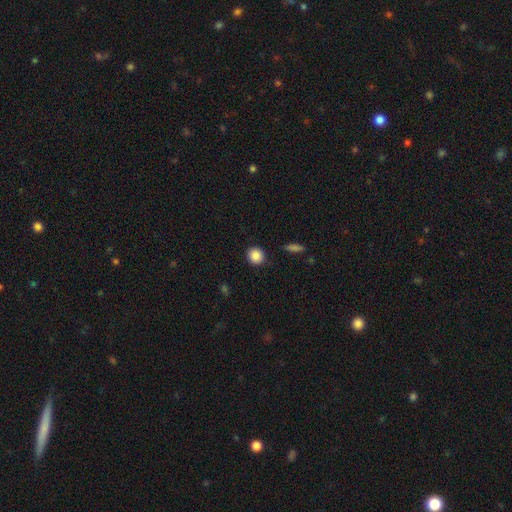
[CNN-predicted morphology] This appears to be a smooth galaxy with no disk features (88%) that is round (90%). Merging: none (91%).